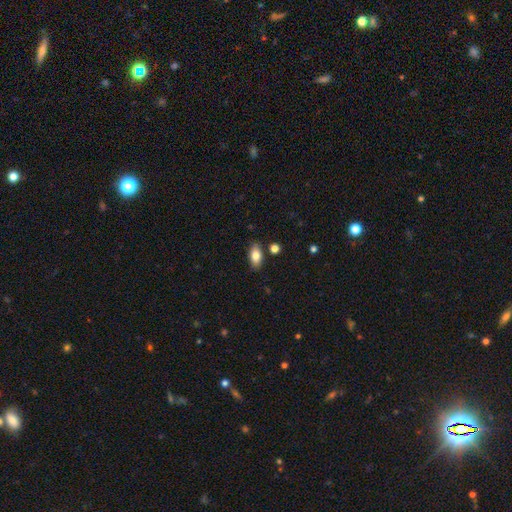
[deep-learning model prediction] Smooth or featured? Predicted: smooth (p=0.82). How rounded? Predicted: in between (p=0.90). Merging? Predicted: none (p=0.84).